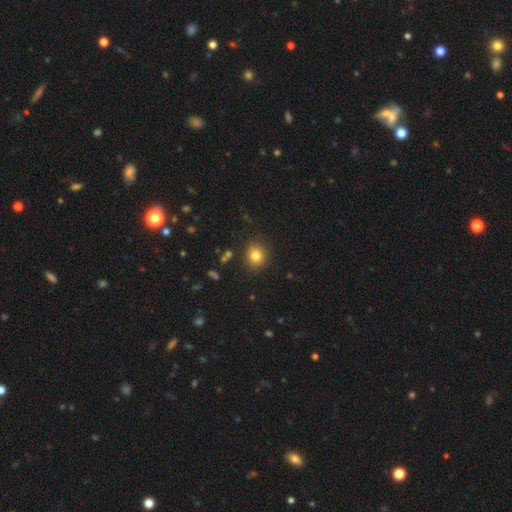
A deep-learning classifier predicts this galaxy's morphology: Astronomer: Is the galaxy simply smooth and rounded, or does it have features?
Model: smooth — 80%.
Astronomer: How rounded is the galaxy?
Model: round — 81%.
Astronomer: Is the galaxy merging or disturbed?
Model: none — 86%.